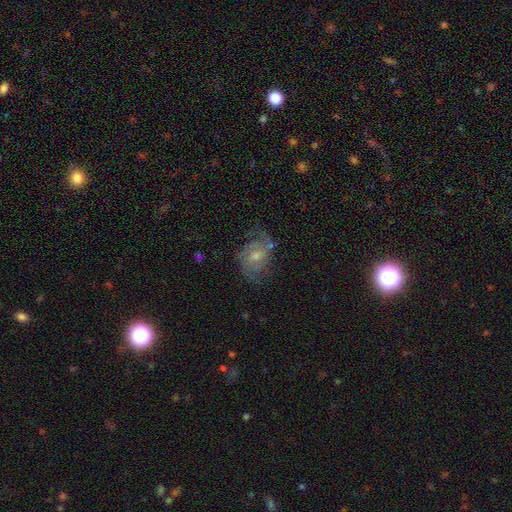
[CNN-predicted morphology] This appears to be a featured or disk galaxy (71%) with no bar (65%), 2 (47%) medium (45%) spiral arms (90%) and a moderate central bulge (49%). Merging: none (63%).